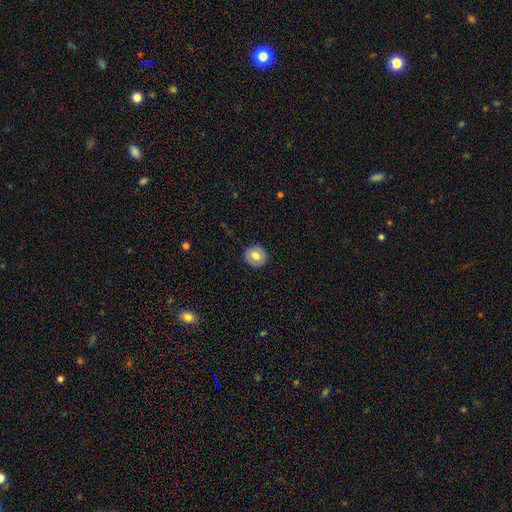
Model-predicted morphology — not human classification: A smooth galaxy with no disk features (75%) that is round (91%). Merging: none (91%).